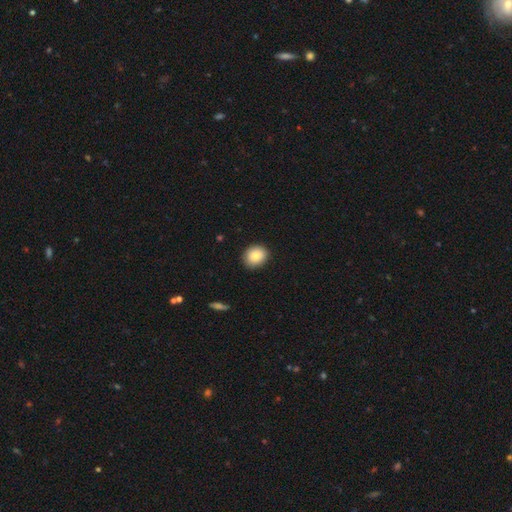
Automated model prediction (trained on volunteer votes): smooth 85%, star or artifact 8%, featured or disk 7%. Down the decision tree: how rounded — round (68%); merging — none (88%).